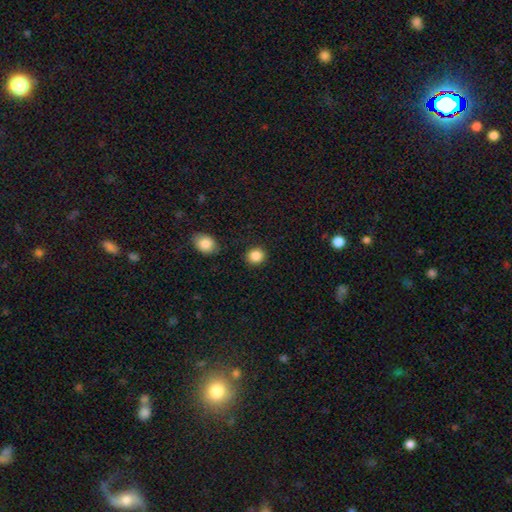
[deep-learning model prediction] Smooth or featured? Predicted: smooth (p=0.87). How rounded? Predicted: round (p=0.81). Merging? Predicted: none (p=0.88).